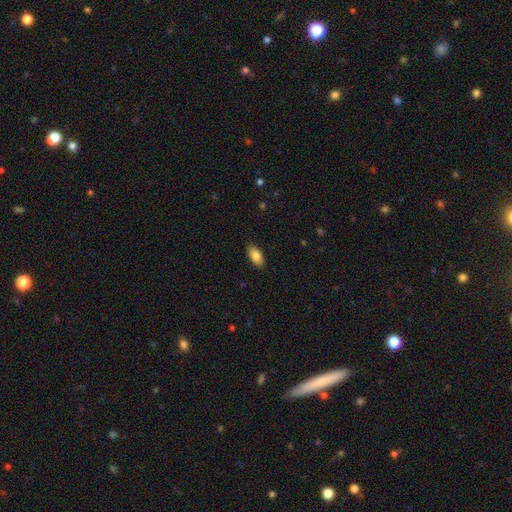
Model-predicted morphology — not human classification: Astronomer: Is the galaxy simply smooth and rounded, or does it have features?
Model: smooth — 85%.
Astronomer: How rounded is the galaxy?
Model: in between — 91%.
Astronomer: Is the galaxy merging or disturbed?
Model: none — 88%.